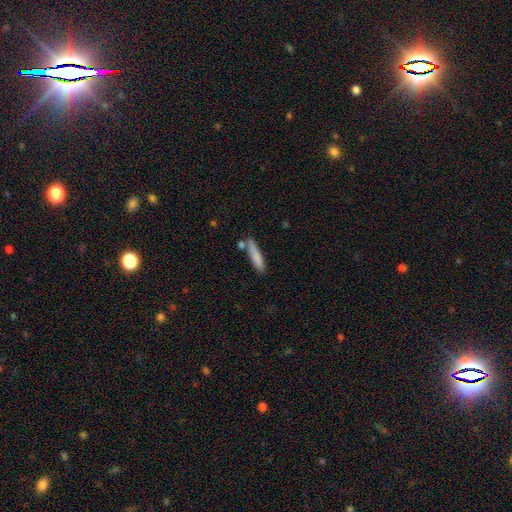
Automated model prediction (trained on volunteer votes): This is clearly a smooth galaxy (81%). How rounded: clearly cigar-shaped (82%). Merging: likely none (70%).